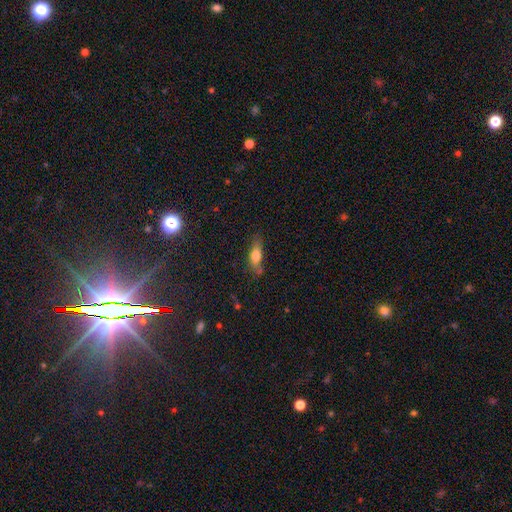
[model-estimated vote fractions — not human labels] Overall: smooth (71%). How rounded: in between (62%; cigar-shaped 34%). Merging: none (65%).